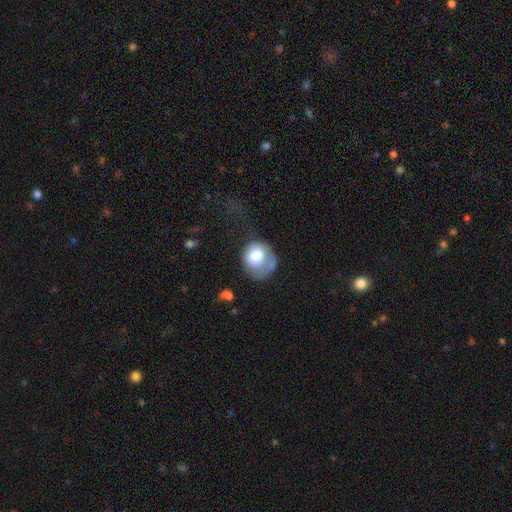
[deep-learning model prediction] Smooth or featured: smooth — 70% (featured or disk — 22%)
How rounded: round — 70% (in between — 29%)
Merging: none — 33% (major disturbance — 32%)